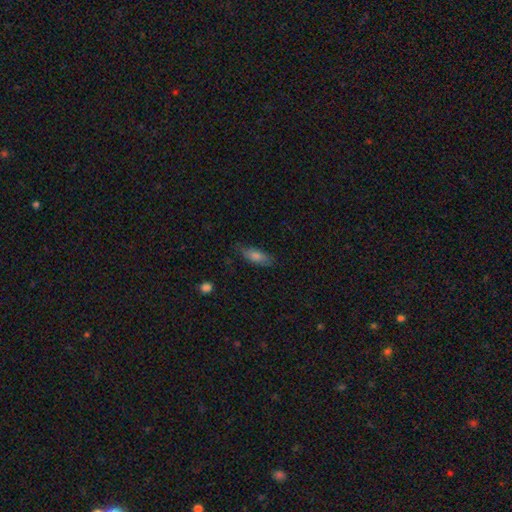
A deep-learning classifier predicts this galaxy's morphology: type=smooth (74%); roundness=in between (69%); merging=none (75%).